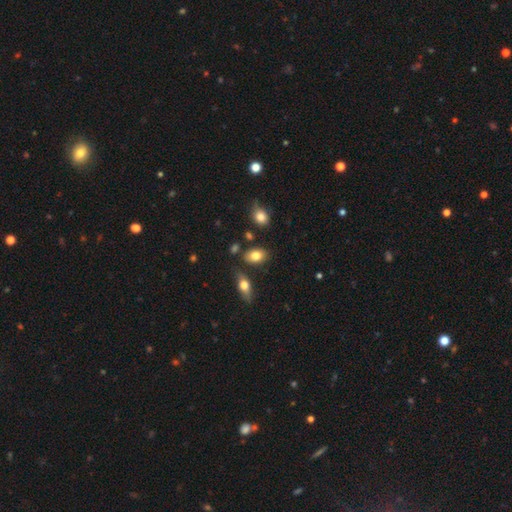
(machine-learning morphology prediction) This is clearly a smooth galaxy (80%). How rounded: clearly in between (85%). Merging: likely none (79%).